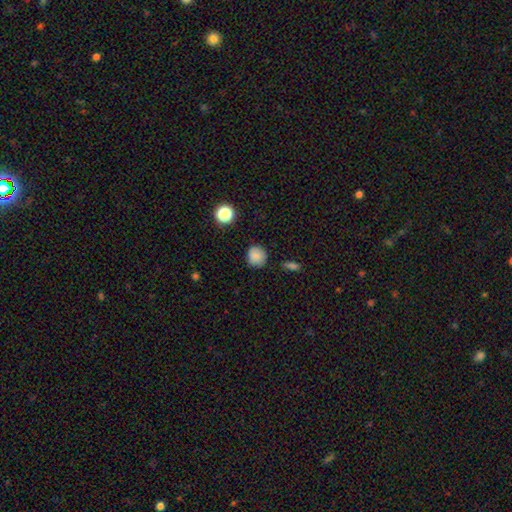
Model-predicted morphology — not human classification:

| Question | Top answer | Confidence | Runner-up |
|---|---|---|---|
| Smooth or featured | smooth | 84% | star or artifact (10%) |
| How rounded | round | 86% | in between (13%) |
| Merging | none | 83% | minor disturbance (12%) |